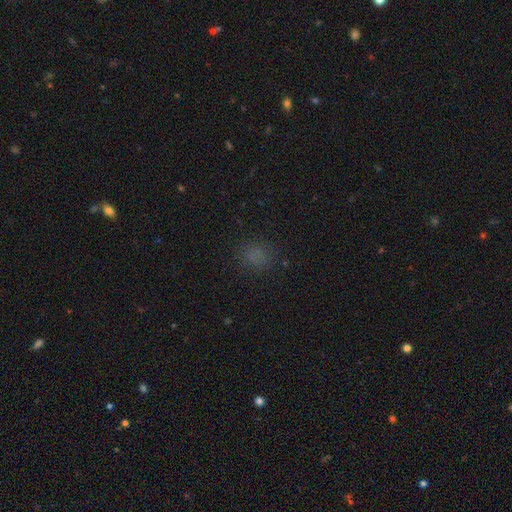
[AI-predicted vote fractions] A smooth galaxy with no disk features (70%) that is round (62%).

Vote fractions:
- Smooth or featured? smooth: 70% / star or artifact: 23% / featured or disk: 7%
- How rounded? round: 62% / in between: 36% / cigar-shaped: 2%
- Merging? none: 81% / minor disturbance: 12% / major disturbance: 5% / merger: 1%